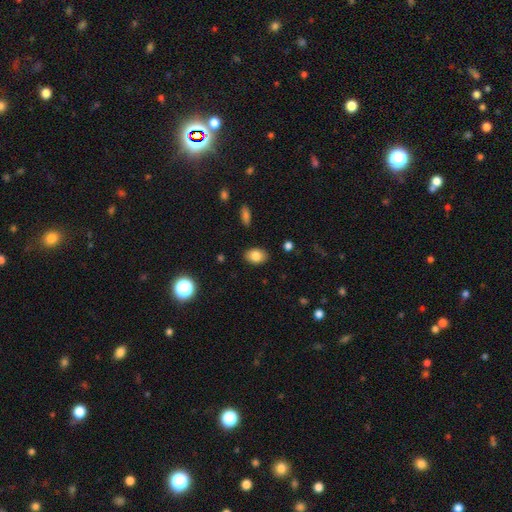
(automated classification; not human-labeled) smooth-or-featured: smooth: 83% | star or artifact: 9% | featured or disk: 8%
  how-rounded: in between: 80% | round: 19% | cigar-shaped: 1%
  merging: none: 87% | minor disturbance: 9% | major disturbance: 2% | merger: 1%